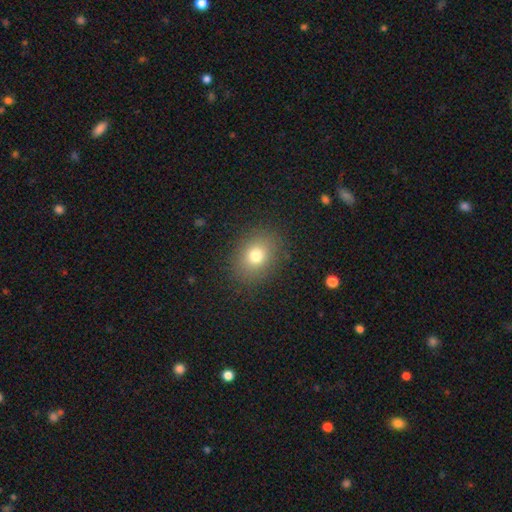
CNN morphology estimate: Overall: smooth (76%). How rounded: round (50%; in between 49%). Merging: none (86%).